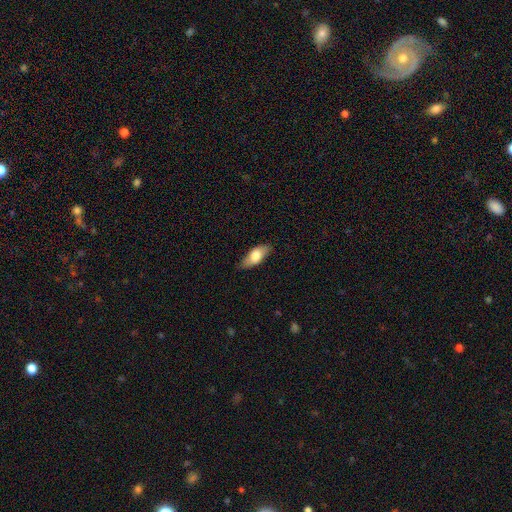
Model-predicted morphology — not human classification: A smooth galaxy with no disk features (71%) that is in between round and cigar-shaped (84%).

Vote fractions:
- Smooth or featured? smooth: 71% / featured or disk: 23% / star or artifact: 6%
- How rounded? in between: 84% / cigar-shaped: 13% / round: 3%
- Merging? none: 81% / minor disturbance: 15% / major disturbance: 3% / merger: 1%